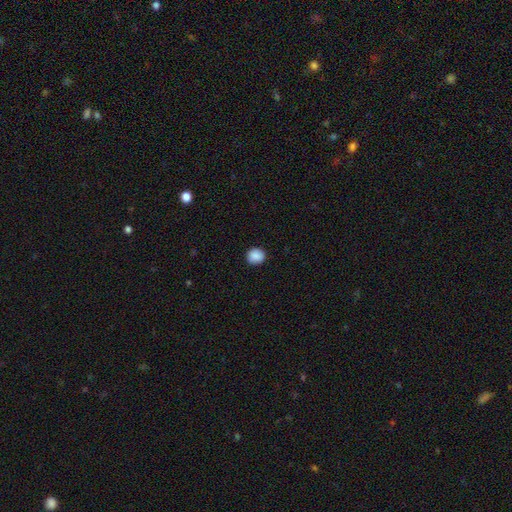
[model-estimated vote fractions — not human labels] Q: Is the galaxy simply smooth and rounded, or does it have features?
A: smooth — 89%.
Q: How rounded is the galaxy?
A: round — 87%.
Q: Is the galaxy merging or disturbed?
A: none — 90%.